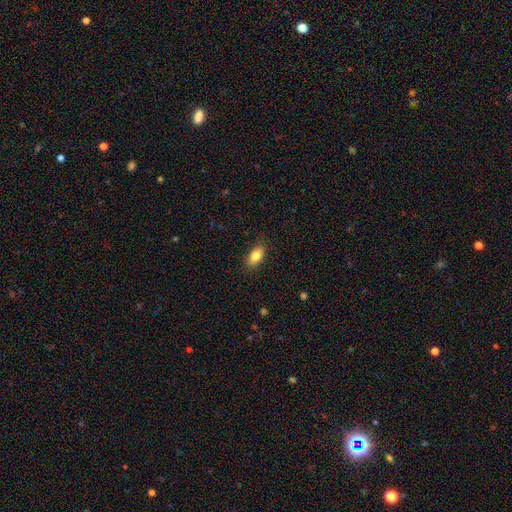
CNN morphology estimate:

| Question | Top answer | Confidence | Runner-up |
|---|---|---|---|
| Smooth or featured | smooth | 83% | featured or disk (9%) |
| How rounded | in between | 90% | round (6%) |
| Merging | none | 86% | minor disturbance (10%) |